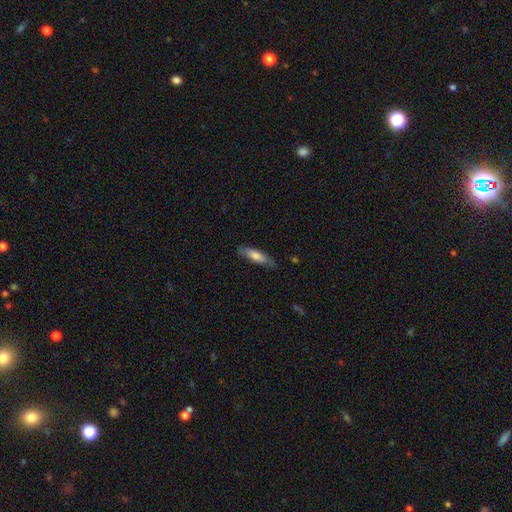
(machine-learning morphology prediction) This appears to be a smooth galaxy with no disk features (71%) that is cigar-shaped (64%). Merging: none (80%).